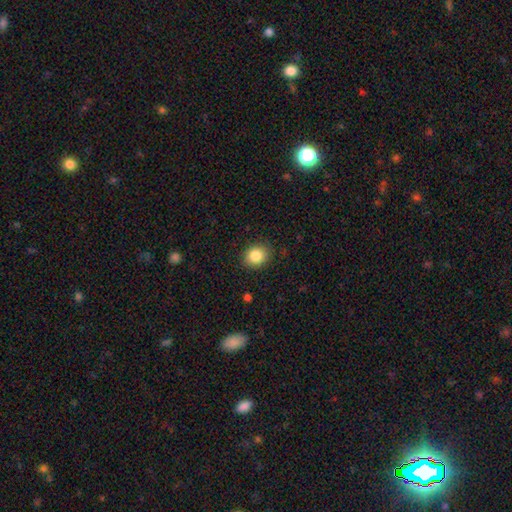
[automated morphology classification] Smooth or featured? Predicted: smooth (p=0.86). How rounded? Predicted: round (p=0.66). Merging? Predicted: none (p=0.87).